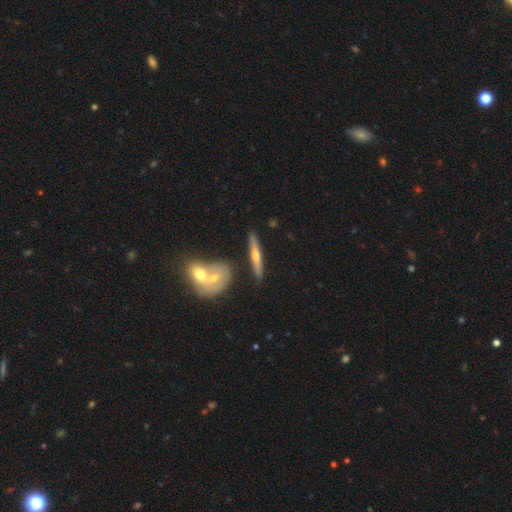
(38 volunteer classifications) This is likely a featured or disk galaxy (68%). It is clearly viewed edge-on (92%). Edge-on bulge: likely rounded (79%). Merging: clearly none (82%).